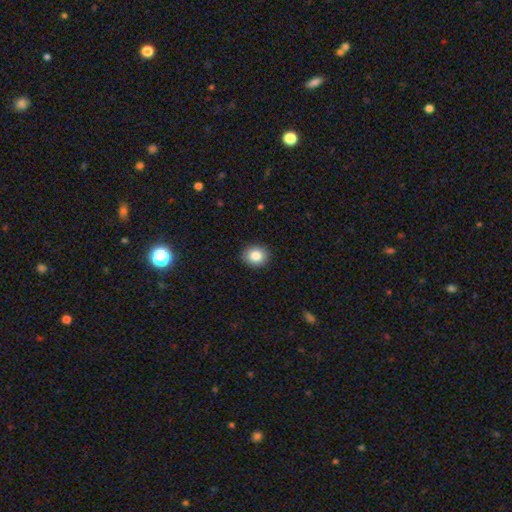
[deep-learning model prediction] Smooth or featured? smooth (84%)
How rounded? round (71%)
Merging? none (90%)